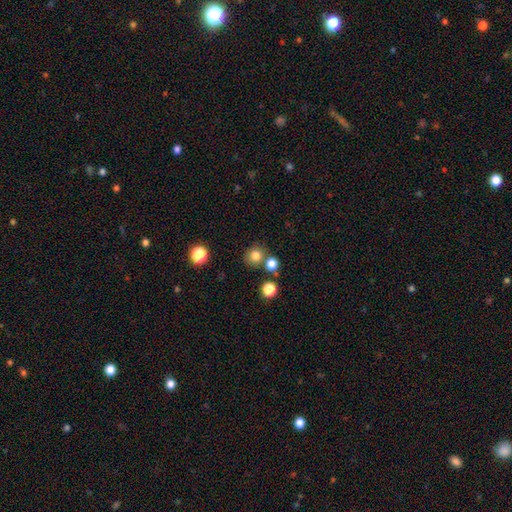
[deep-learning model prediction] Smooth or featured? Predicted: smooth (p=0.80). How rounded? Predicted: round (p=0.87). Merging? Predicted: none (p=0.73).